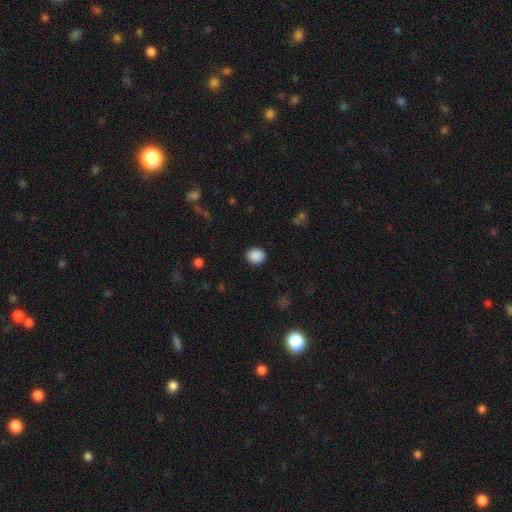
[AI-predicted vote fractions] A smooth galaxy with no disk features (89%) that is round (72%).

Vote fractions:
- Smooth or featured? smooth: 89% / star or artifact: 9% / featured or disk: 3%
- How rounded? round: 72% / in between: 27% / cigar-shaped: 1%
- Merging? none: 90% / minor disturbance: 7% / major disturbance: 2% / merger: 1%